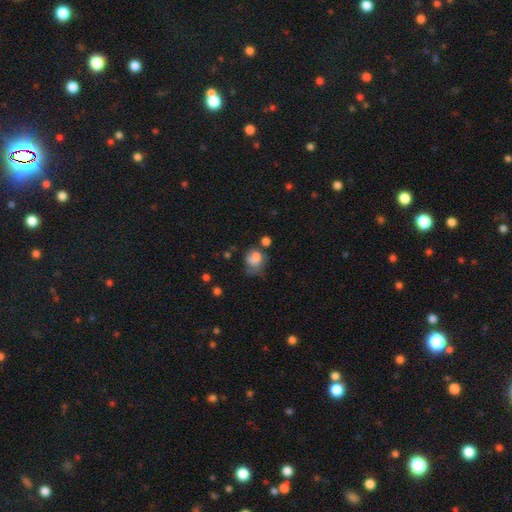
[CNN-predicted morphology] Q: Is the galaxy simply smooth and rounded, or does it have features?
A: smooth — 56%.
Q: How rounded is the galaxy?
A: round — 63%.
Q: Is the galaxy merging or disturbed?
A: none — 45%.